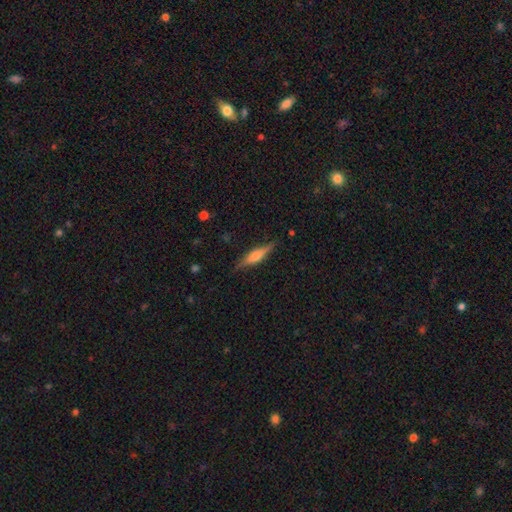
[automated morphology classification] A featured or disk galaxy (52%) viewed edge-on (95%). Merging: none (85%).